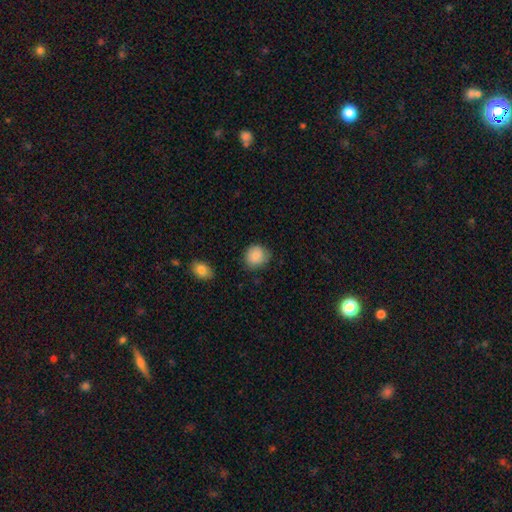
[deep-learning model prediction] smooth_or_featured: smooth (p=0.85) [alt: star or artifact p=0.08]
how_rounded: round (p=0.79) [alt: in between p=0.20]
merging: none (p=0.76) [alt: minor disturbance p=0.19]